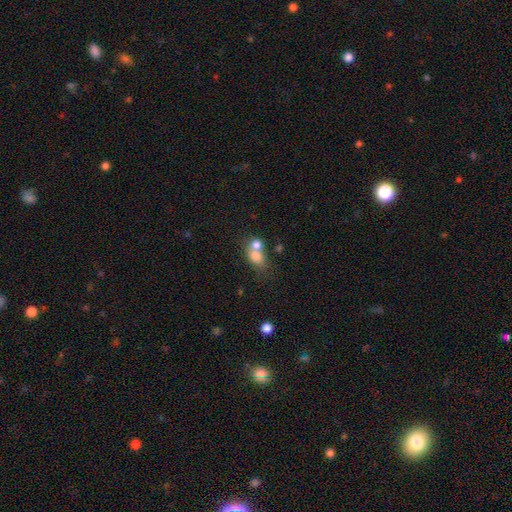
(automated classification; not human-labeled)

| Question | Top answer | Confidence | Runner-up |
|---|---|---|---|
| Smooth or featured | smooth | 73% | featured or disk (16%) |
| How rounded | in between | 57% | round (41%) |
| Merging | merger | 57% | none (29%) |